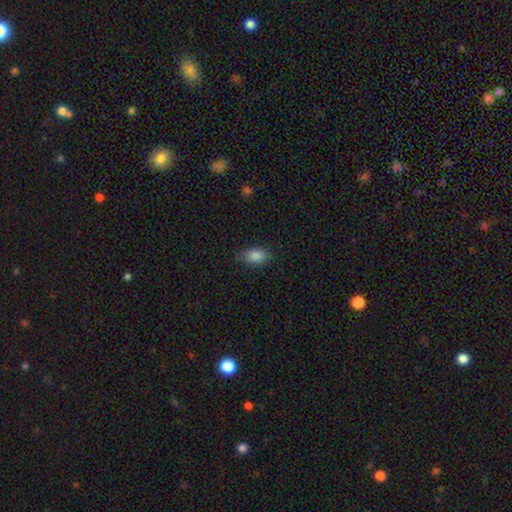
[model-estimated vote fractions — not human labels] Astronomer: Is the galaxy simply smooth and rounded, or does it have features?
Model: smooth — 87%.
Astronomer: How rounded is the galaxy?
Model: in between — 89%.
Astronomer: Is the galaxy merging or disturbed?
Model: none — 84%.